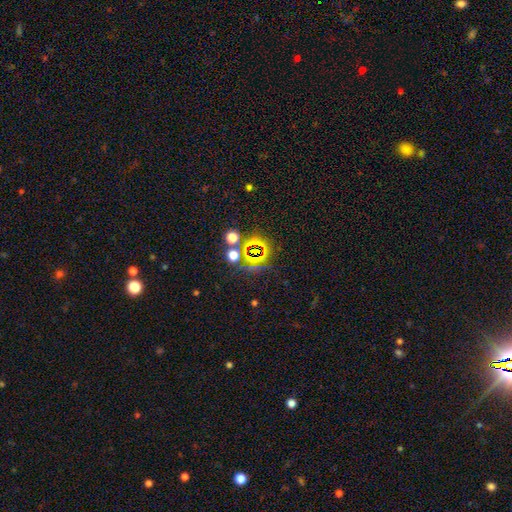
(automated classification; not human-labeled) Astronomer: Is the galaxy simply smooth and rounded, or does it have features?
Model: star or artifact — 64%.